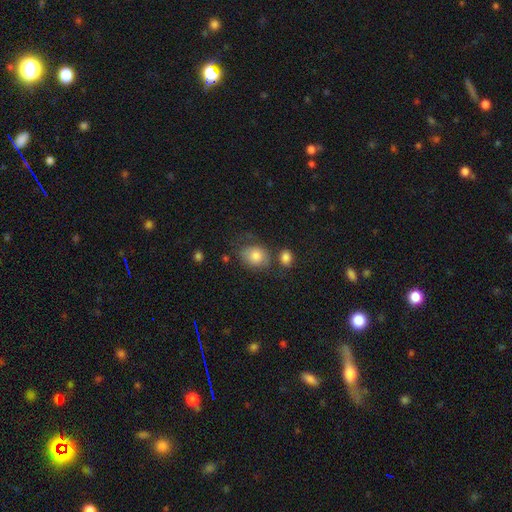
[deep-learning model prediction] A smooth galaxy with no disk features (79%) that is in between round and cigar-shaped (62%). Merging: none (55%).